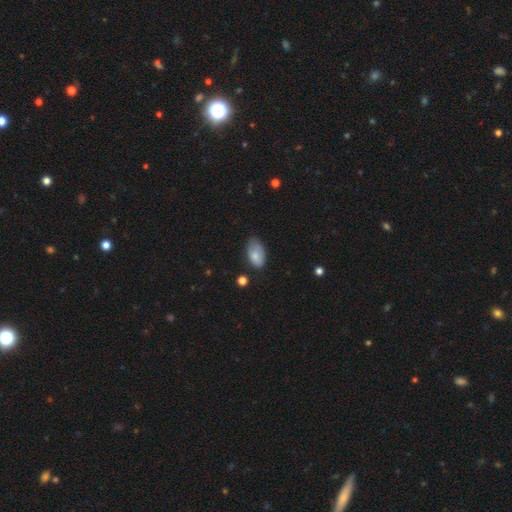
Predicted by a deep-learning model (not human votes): Smooth or featured? smooth (78%)
How rounded? in between (92%)
Merging? none (53%)